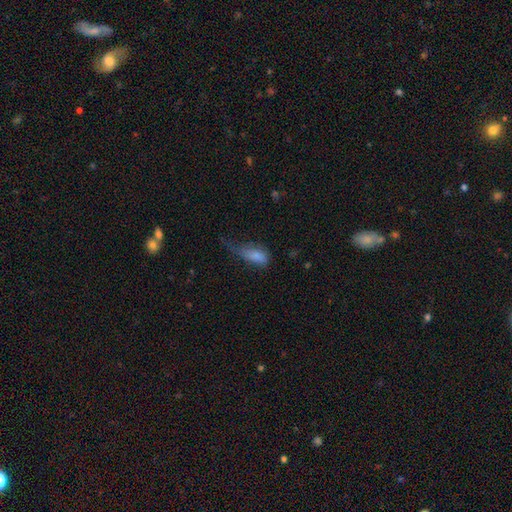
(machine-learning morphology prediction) Smooth or featured? smooth (77%)
How rounded? in between (84%)
Merging? major disturbance (42%)